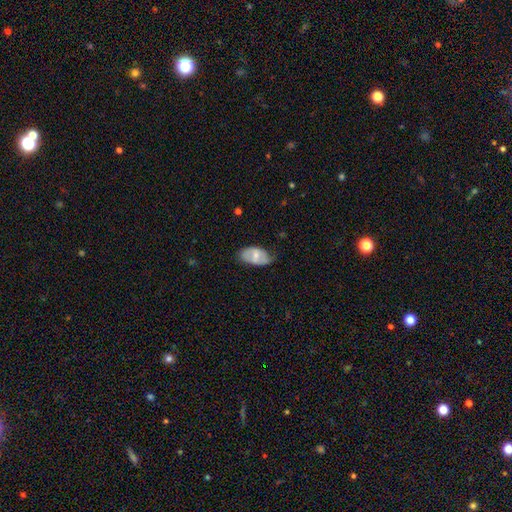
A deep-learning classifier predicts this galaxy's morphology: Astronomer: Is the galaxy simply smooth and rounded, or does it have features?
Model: smooth — 51% (runner-up: featured or disk, 42%).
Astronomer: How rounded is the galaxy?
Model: in between — 92%.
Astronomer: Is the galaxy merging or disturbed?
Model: none — 61%.